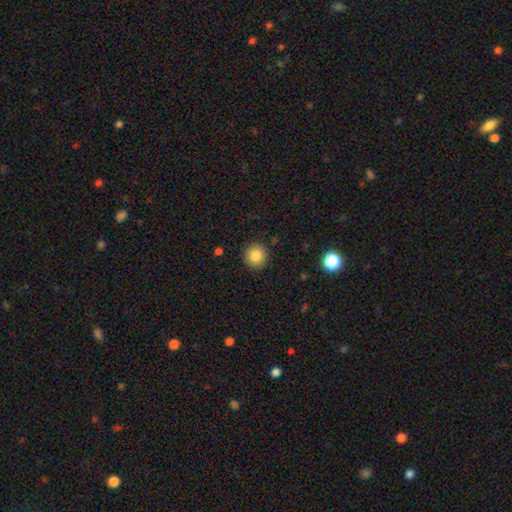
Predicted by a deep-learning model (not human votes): smooth_or_featured: smooth (p=0.84) [alt: star or artifact p=0.10]
how_rounded: round (p=0.93) [alt: in between p=0.06]
merging: none (p=0.91) [alt: minor disturbance p=0.06]